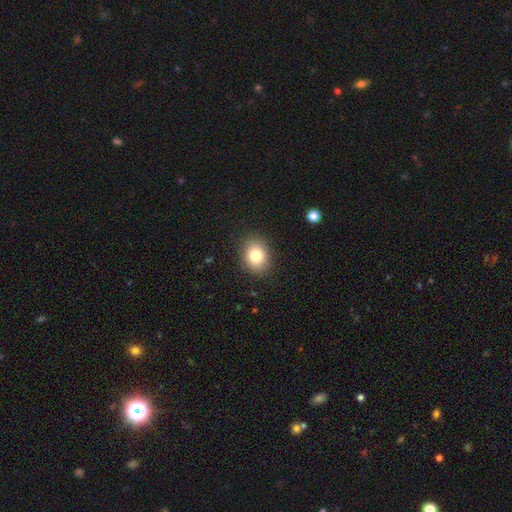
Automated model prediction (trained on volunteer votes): Smooth or featured? smooth (80%)
How rounded? in between (52%)
Merging? none (88%)